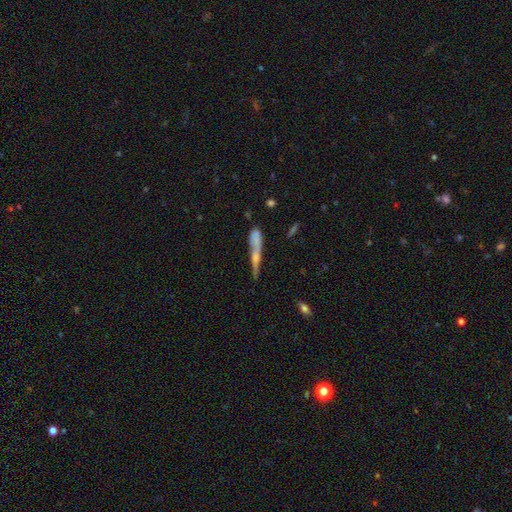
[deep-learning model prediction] A featured or disk galaxy (46%). Merging: none (50%).